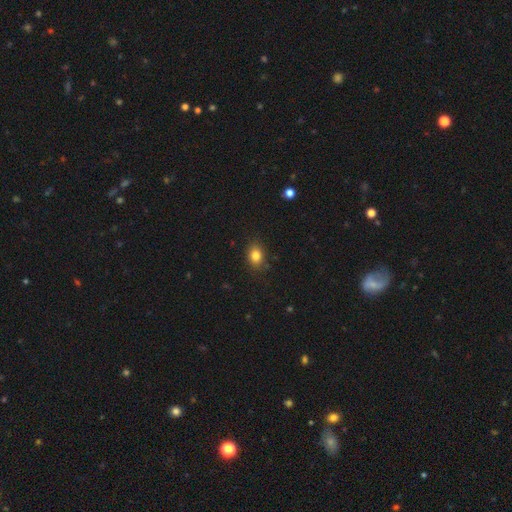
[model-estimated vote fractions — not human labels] smooth-or-featured: smooth: 82% | star or artifact: 11% | featured or disk: 7%
  how-rounded: in between: 58% | round: 41% | cigar-shaped: 1%
  merging: none: 85% | minor disturbance: 11% | major disturbance: 3% | merger: 1%